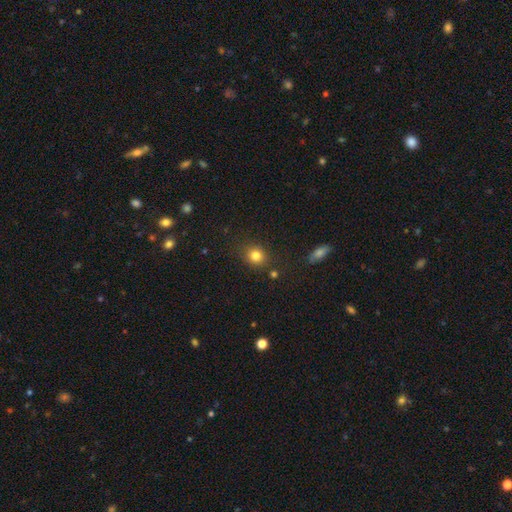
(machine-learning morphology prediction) A smooth galaxy with no disk features (82%) that is round (73%).

Vote fractions:
- Smooth or featured? smooth: 82% / star or artifact: 12% / featured or disk: 6%
- How rounded? round: 73% / in between: 26% / cigar-shaped: 1%
- Merging? none: 80% / minor disturbance: 12% / merger: 4% / major disturbance: 4%